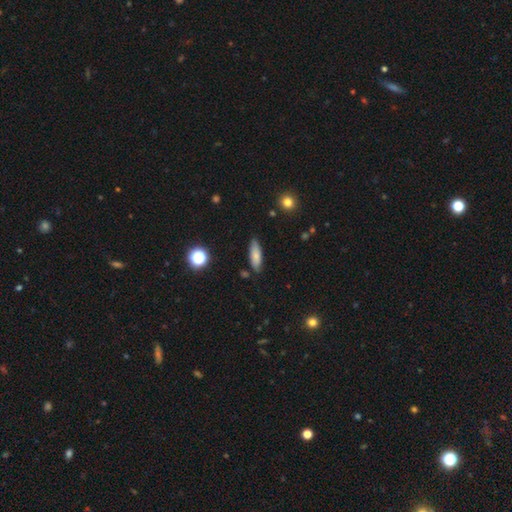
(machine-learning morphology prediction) The model was most divided on "how rounded": in between: 53%, cigar-shaped: 44%, round: 3%. More confident: merging — none (82%); smooth or featured — smooth (78%).